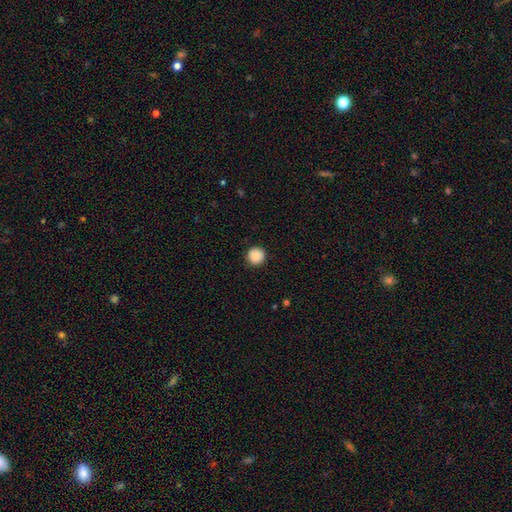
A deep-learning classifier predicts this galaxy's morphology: Overall: smooth (88%). How rounded: round (96%). Merging: none (92%).